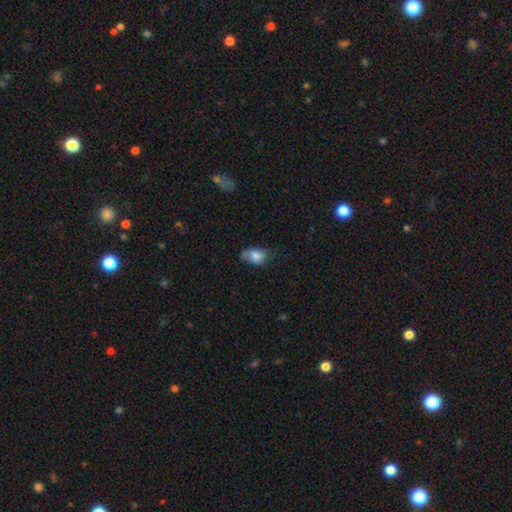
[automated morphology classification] A smooth galaxy with no disk features (76%) that is in between round and cigar-shaped (86%). Merging: none (48%).